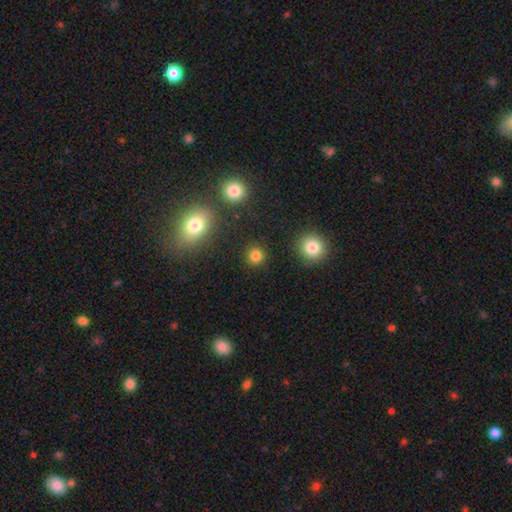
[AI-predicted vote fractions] A smooth galaxy with no disk features (82%) that is round (91%). Merging: none (89%).